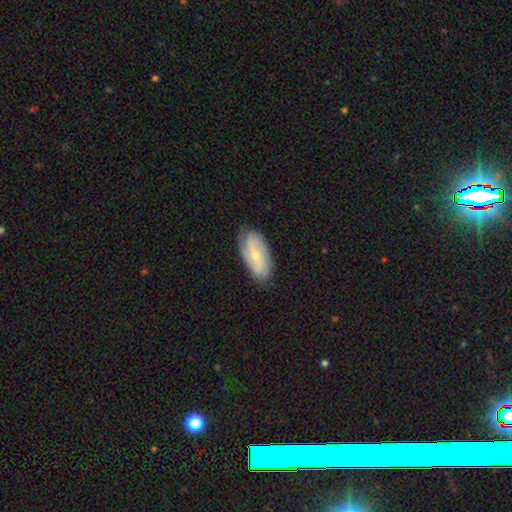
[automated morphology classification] Overall: featured or disk (59%; smooth 34%). Edge-on disk: no (91%). Bar: no (47%; weak 38%). Spiral arms: yes (85%). Bulge size: small (68%). Merging: none (80%).